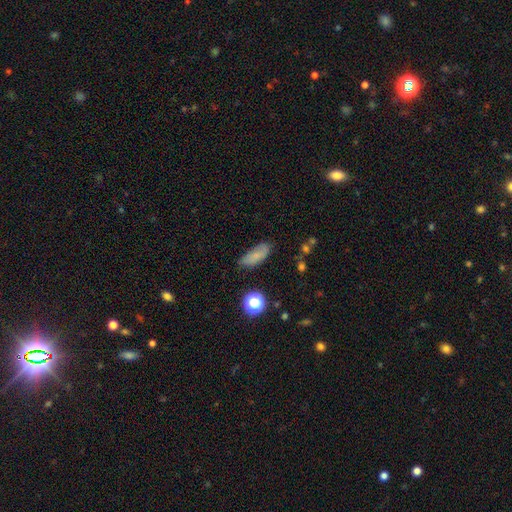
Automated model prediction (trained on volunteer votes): Morphology: type=smooth (78%); roundness=in between (75%); merging=none (70%).